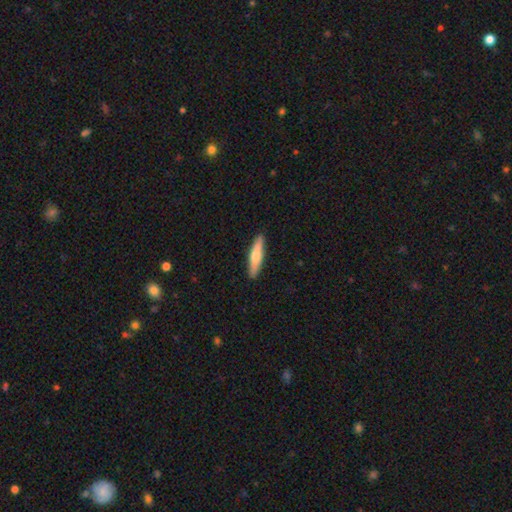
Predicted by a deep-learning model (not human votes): Smooth or featured?
  - smooth: 62% *
  - featured or disk: 33%
  - star or artifact: 5%
How rounded?
  - cigar-shaped: 85% *
  - in between: 13%
  - round: 1%
Merging?
  - none: 91% *
  - minor disturbance: 7%
  - major disturbance: 1%
  - merger: 1%